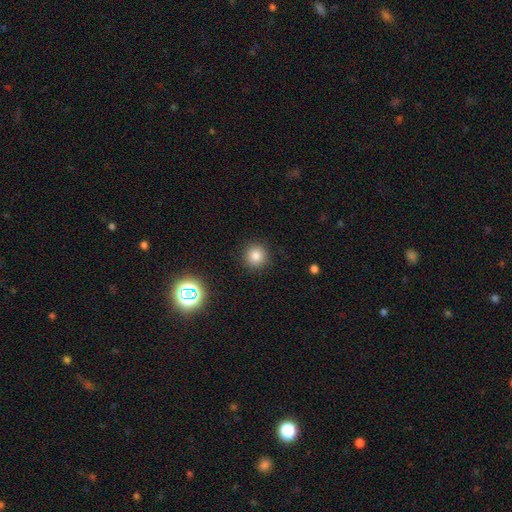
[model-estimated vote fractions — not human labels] A smooth galaxy with no disk features (81%) that is round (94%).

Vote fractions:
- Smooth or featured? smooth: 81% / star or artifact: 13% / featured or disk: 6%
- How rounded? round: 94% / in between: 5% / cigar-shaped: 1%
- Merging? none: 91% / minor disturbance: 6% / major disturbance: 2% / merger: 1%